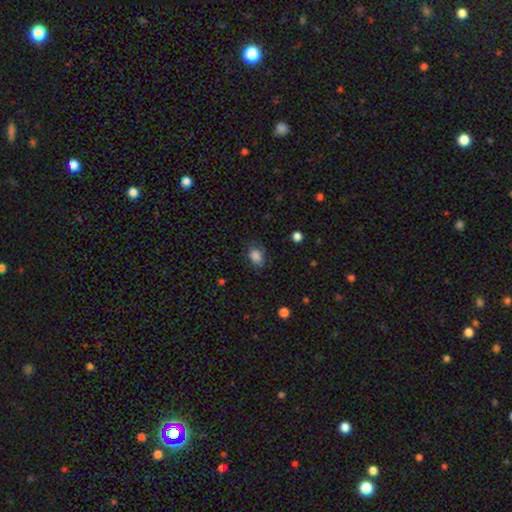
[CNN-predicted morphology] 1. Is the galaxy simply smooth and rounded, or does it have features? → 85% smooth, 11% star or artifact, 5% featured or disk.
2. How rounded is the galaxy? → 70% in between, 29% round, 1% cigar-shaped.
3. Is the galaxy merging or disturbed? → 70% none, 22% minor disturbance, 6% major disturbance, 1% merger.